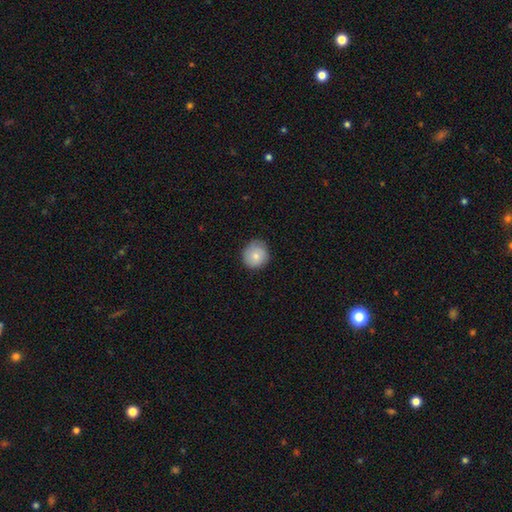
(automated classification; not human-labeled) smooth-or-featured: smooth: 80% | featured or disk: 12% | star or artifact: 8%
  how-rounded: round: 90% | in between: 9% | cigar-shaped: 1%
  merging: none: 82% | minor disturbance: 15% | major disturbance: 3% | merger: 1%